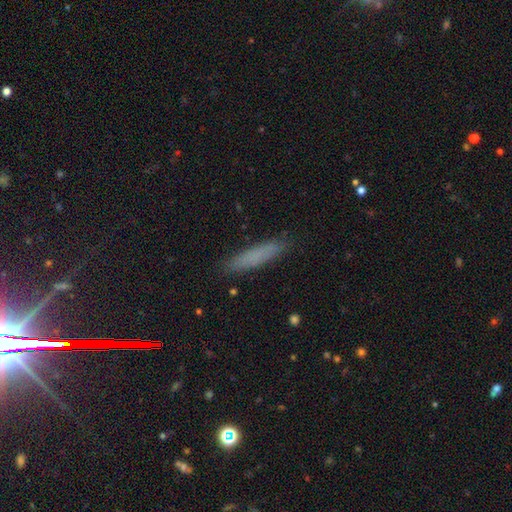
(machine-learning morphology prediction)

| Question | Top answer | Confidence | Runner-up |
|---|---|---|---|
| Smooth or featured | smooth | 74% | featured or disk (14%) |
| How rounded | cigar-shaped | 87% | in between (11%) |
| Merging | none | 89% | minor disturbance (8%) |